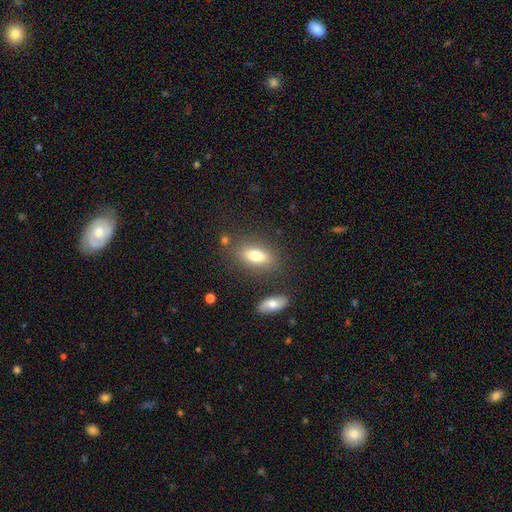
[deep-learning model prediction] Smooth or featured: smooth — 77% (featured or disk — 15%)
How rounded: in between — 80% (cigar-shaped — 13%)
Merging: none — 77% (minor disturbance — 12%)